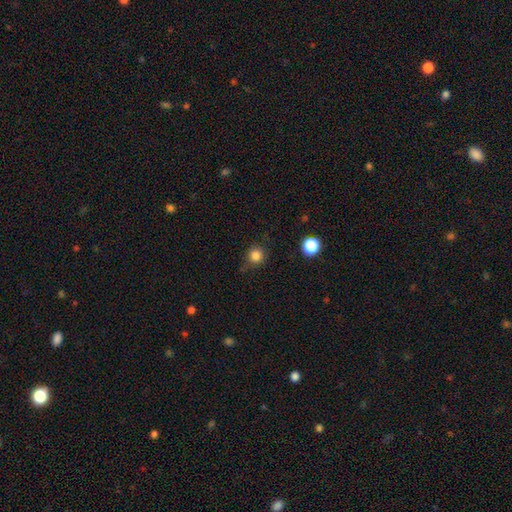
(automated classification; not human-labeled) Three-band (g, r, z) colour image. It shows a smooth galaxy with no disk features (84%) that is round (94%). Merging: none (83%).